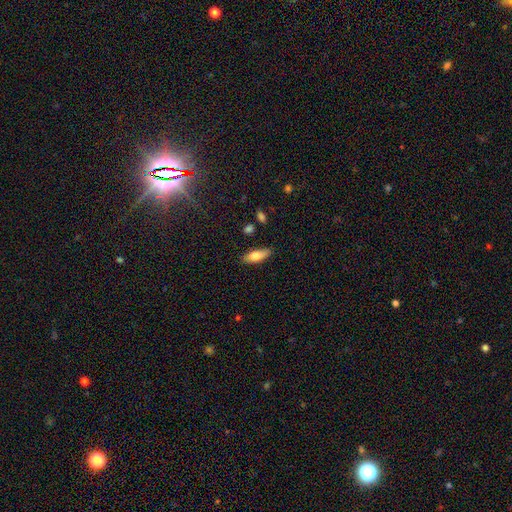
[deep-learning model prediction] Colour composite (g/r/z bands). It shows a smooth galaxy with no disk features (76%) that is in between round and cigar-shaped (64%). Merging: none (80%).